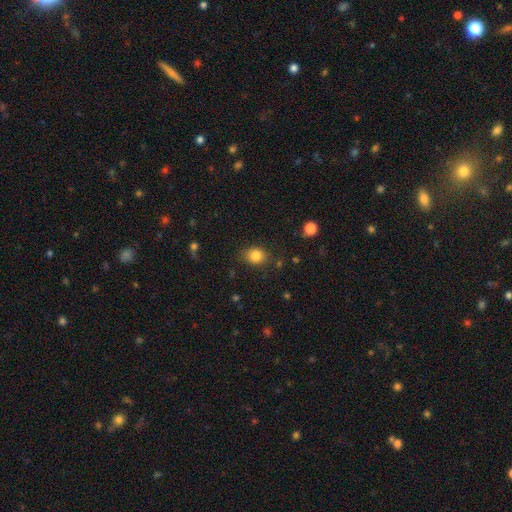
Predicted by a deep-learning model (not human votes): smooth-or-featured: smooth: 83% | star or artifact: 11% | featured or disk: 6%
  how-rounded: round: 64% | in between: 35% | cigar-shaped: 1%
  merging: none: 81% | minor disturbance: 14% | major disturbance: 4% | merger: 2%